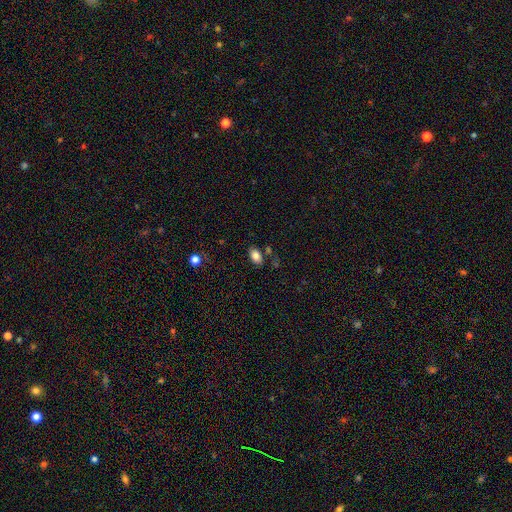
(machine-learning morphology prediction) Overall: smooth (83%). How rounded: in between (90%). Merging: none (76%).